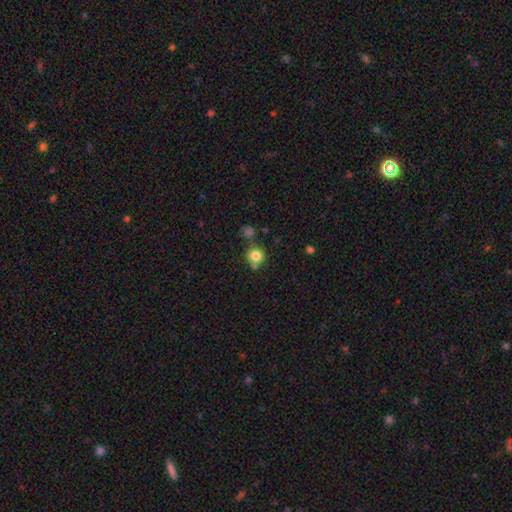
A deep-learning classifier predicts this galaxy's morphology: This is clearly a smooth galaxy (81%). How rounded: clearly round (89%). Merging: likely none (69%).